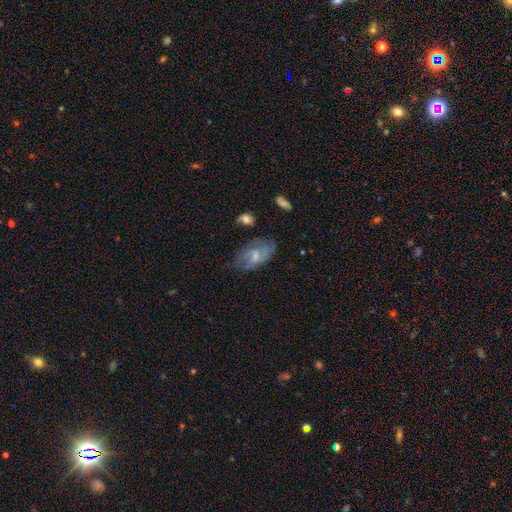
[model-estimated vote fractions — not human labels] This appears to be a featured or disk galaxy (53%). Merging: none (60%).